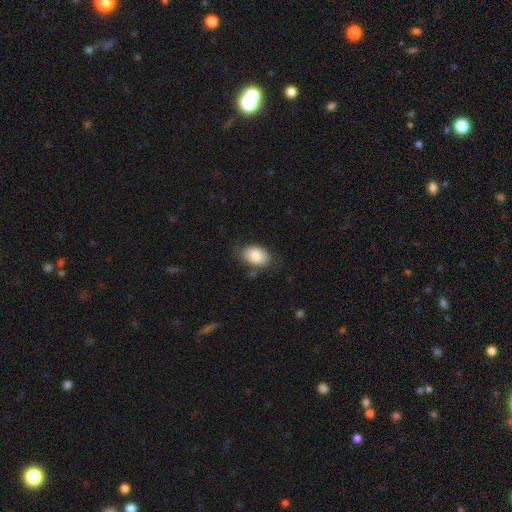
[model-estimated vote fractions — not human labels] Smooth or featured: smooth — 86% (featured or disk — 8%)
How rounded: in between — 89% (round — 10%)
Merging: none — 72% (minor disturbance — 20%)